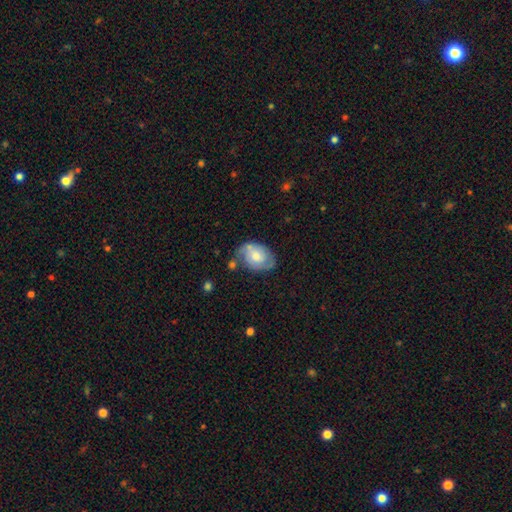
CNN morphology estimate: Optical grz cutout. It shows a featured or disk galaxy (56%) with no bar (69%), spiral arms (81%) and a moderate central bulge (57%). Merging: none (58%).